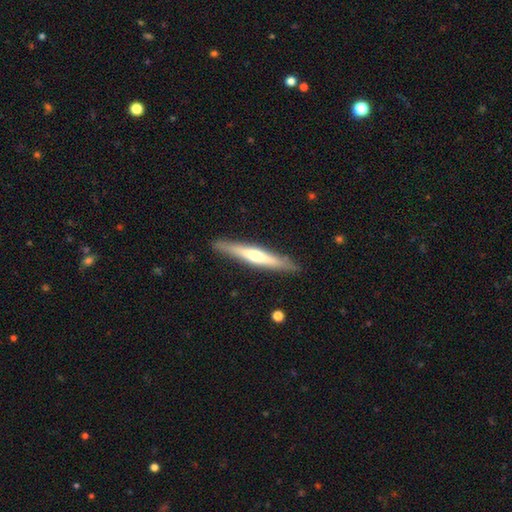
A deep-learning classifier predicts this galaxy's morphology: featured or disk 58%, smooth 36%, star or artifact 5%. Down the decision tree: edge-on disk — yes (94%); edge-on bulge — rounded (78%); merging — none (89%).